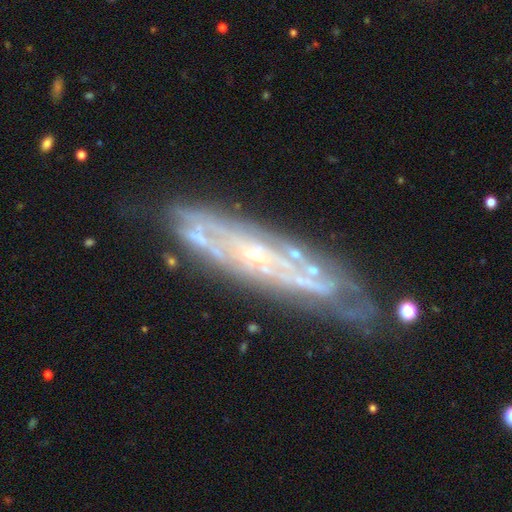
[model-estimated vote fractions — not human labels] Smooth or featured? Predicted: featured or disk (p=0.82). Edge-on disk? Predicted: no (p=0.68). Bar? Predicted: no (p=0.71). Spiral arms? Predicted: yes (p=0.83). Bulge size? Predicted: small (p=0.78). Merging? Predicted: none (p=0.72).